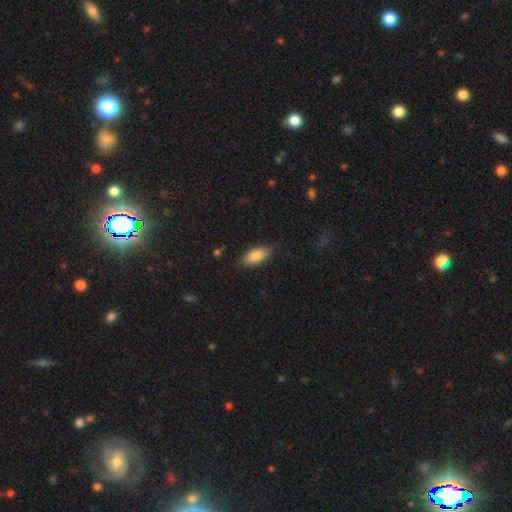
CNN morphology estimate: smooth_or_featured: smooth (p=0.85) [alt: featured or disk p=0.08]
how_rounded: in between (p=0.88) [alt: cigar-shaped p=0.10]
merging: none (p=0.78) [alt: minor disturbance p=0.17]